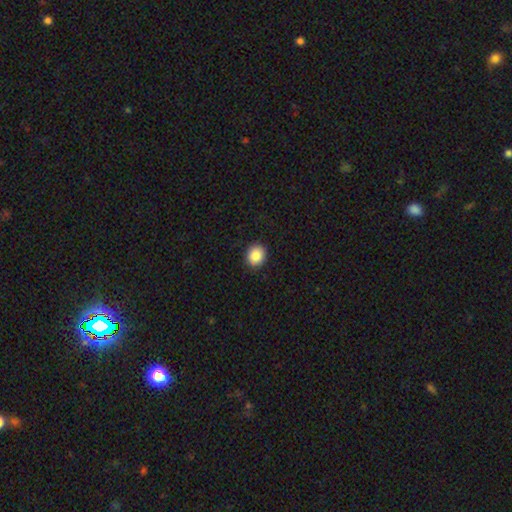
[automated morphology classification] Smooth or featured: smooth — 86% (star or artifact — 8%)
How rounded: round — 77% (in between — 22%)
Merging: none — 90% (minor disturbance — 7%)